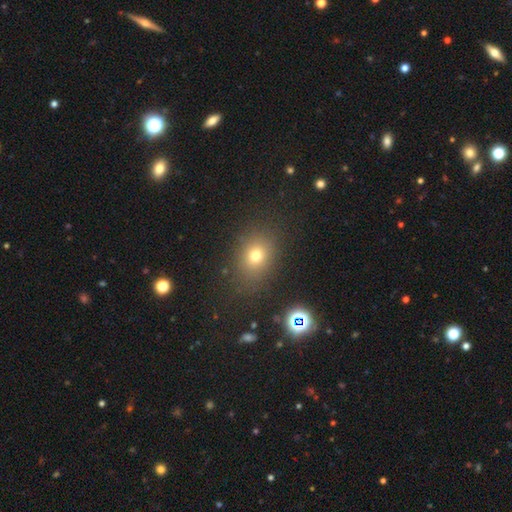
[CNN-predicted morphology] type=smooth (71%); roundness=round (53%); merging=none (82%).